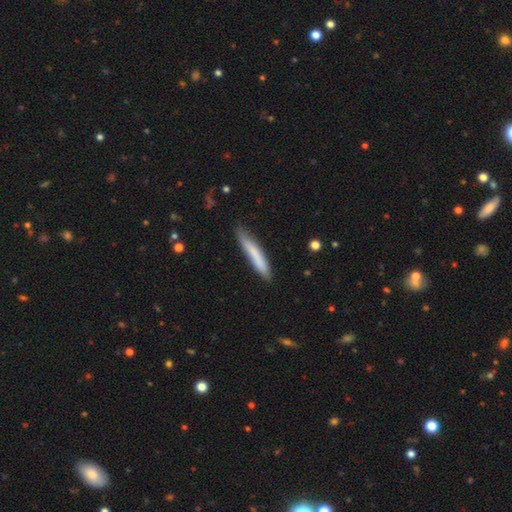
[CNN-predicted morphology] This is likely a smooth galaxy (75%). How rounded: clearly cigar-shaped (93%). Merging: likely none (79%).